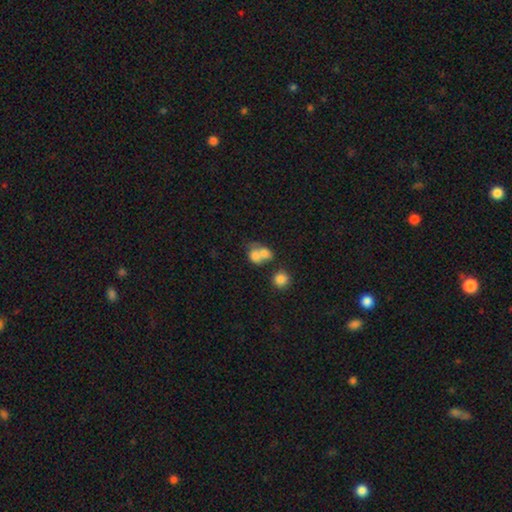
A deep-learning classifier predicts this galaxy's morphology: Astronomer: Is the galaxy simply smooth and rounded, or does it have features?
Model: smooth — 70%.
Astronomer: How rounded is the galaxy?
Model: round — 52% (runner-up: in between, 47%).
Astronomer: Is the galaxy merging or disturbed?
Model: merger — 65%.